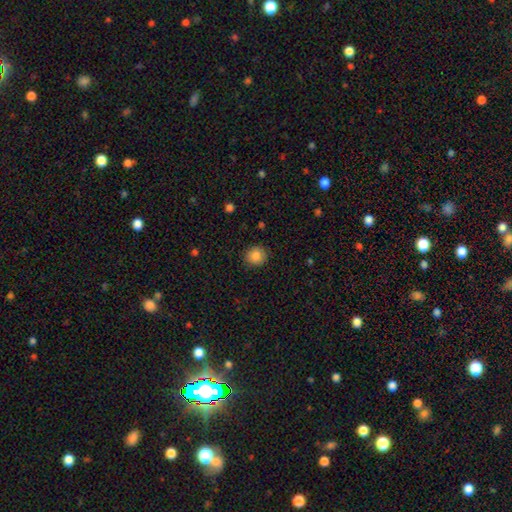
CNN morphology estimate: smooth 85%, star or artifact 9%, featured or disk 5%. Down the decision tree: how rounded — round (87%); merging — none (89%).